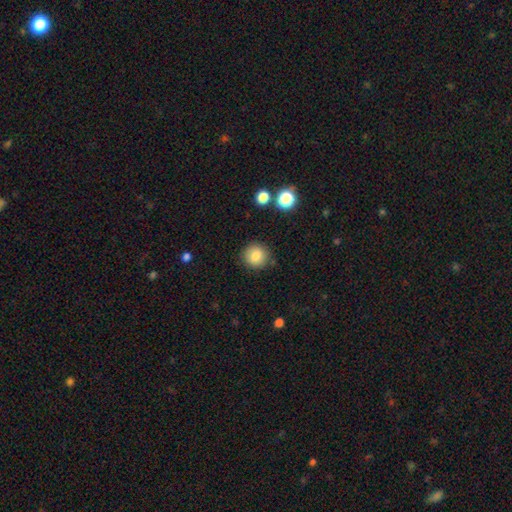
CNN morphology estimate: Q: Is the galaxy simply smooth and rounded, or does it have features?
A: smooth — 84%.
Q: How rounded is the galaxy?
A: round — 89%.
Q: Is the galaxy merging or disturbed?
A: none — 87%.